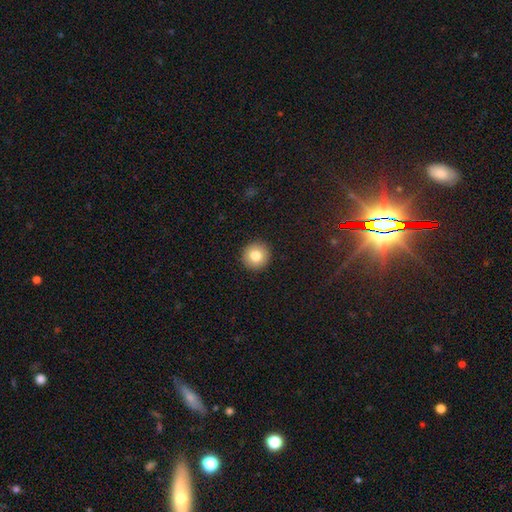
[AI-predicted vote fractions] smooth_or_featured: smooth (p=0.80) [alt: featured or disk p=0.10]
how_rounded: round (p=0.95) [alt: in between p=0.04]
merging: none (p=0.93) [alt: minor disturbance p=0.05]